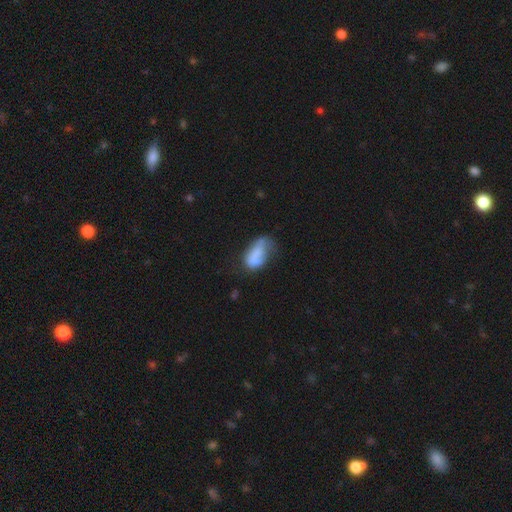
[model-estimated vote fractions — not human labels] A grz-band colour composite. It shows a smooth galaxy with no disk features (69%) that is in between round and cigar-shaped (90%). Merging: minor disturbance (35%).